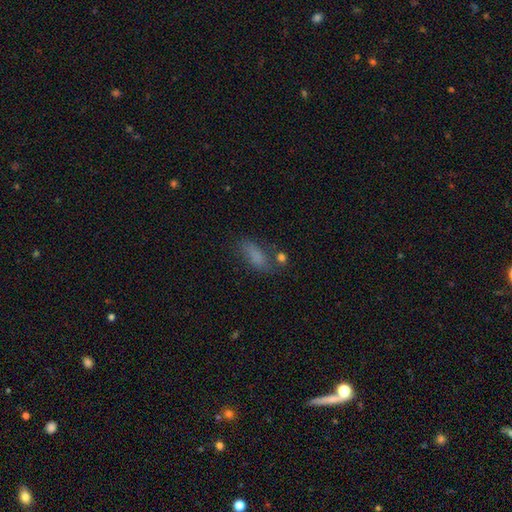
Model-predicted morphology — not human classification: Q: Smooth or featured?
A: smooth (73%); runner-up: featured or disk (14%)
Q: How rounded?
A: in between (73%); runner-up: cigar-shaped (23%)
Q: Merging?
A: none (55%); runner-up: minor disturbance (23%)